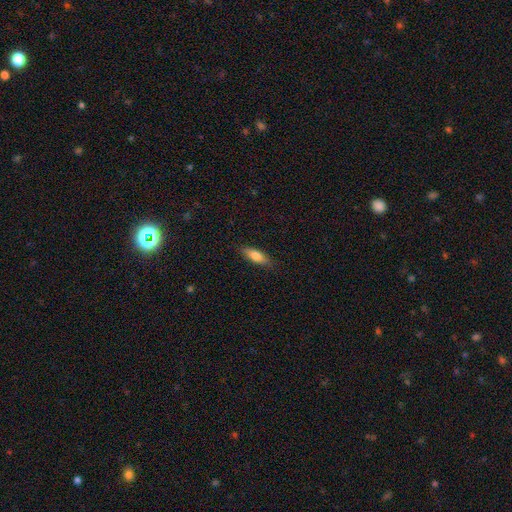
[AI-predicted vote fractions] The model was most divided on "how rounded": in between: 56%, cigar-shaped: 42%, round: 2%. More confident: merging — none (84%); smooth or featured — smooth (78%).